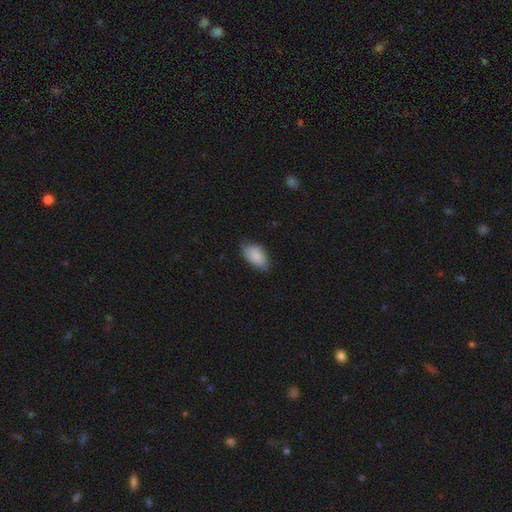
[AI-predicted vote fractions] The model was most divided on "merging": none: 71%, minor disturbance: 24%, major disturbance: 3%, merger: 1%. More confident: how rounded — in between (94%); smooth or featured — smooth (85%).